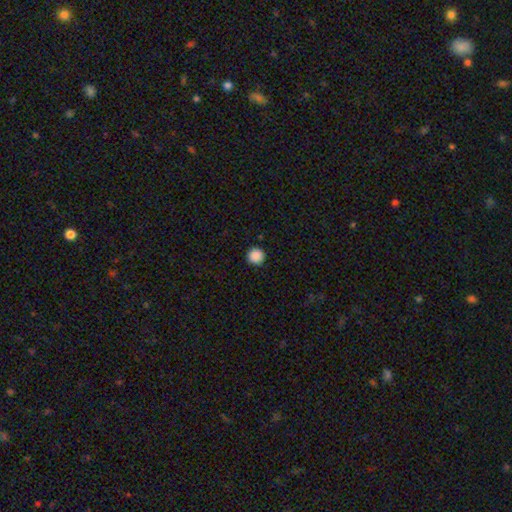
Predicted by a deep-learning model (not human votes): This appears to be a smooth galaxy with no disk features (89%) that is round (96%). Merging: none (92%).